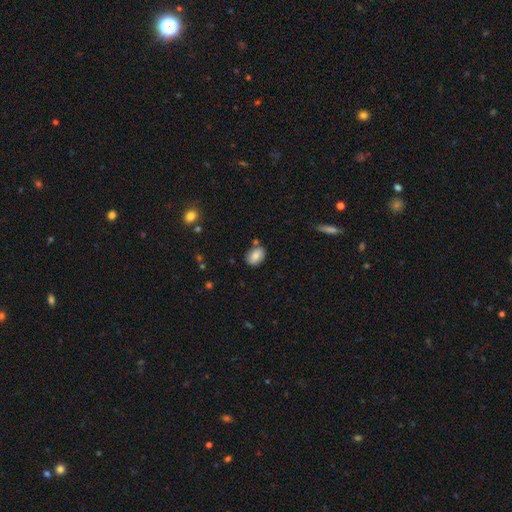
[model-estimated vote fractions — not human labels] Morphology: type=smooth (80%); roundness=in between (84%); merging=none (80%).